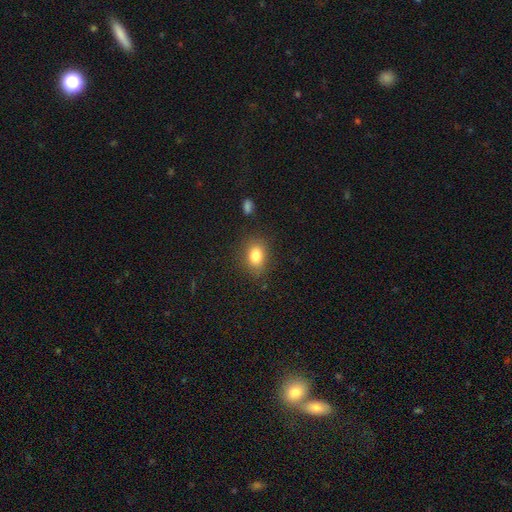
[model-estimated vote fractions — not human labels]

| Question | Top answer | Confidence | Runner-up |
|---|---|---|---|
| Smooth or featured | smooth | 82% | star or artifact (10%) |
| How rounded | in between | 70% | round (28%) |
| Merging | none | 82% | minor disturbance (12%) |